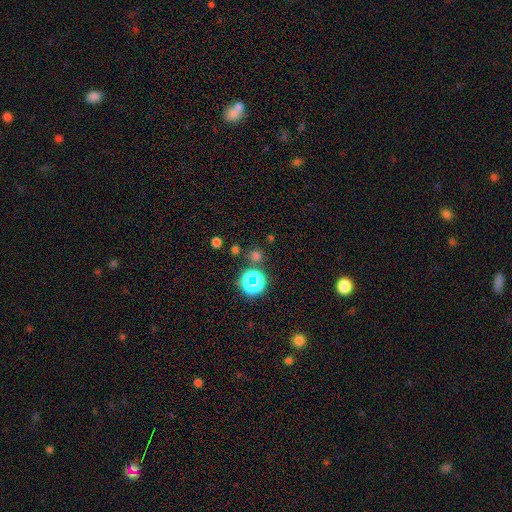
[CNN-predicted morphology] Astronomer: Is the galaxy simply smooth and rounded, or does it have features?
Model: smooth — 61%.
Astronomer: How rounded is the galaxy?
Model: round — 91%.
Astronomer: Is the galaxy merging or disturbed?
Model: none — 80%.